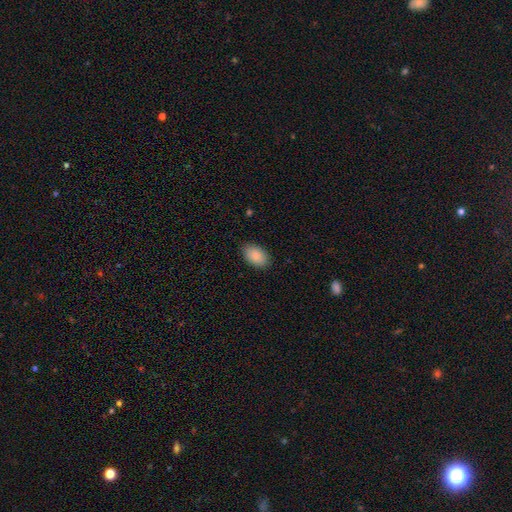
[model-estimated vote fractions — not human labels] Q: Smooth or featured?
A: smooth (87%); runner-up: star or artifact (7%)
Q: How rounded?
A: in between (91%); runner-up: round (8%)
Q: Merging?
A: none (87%); runner-up: minor disturbance (10%)